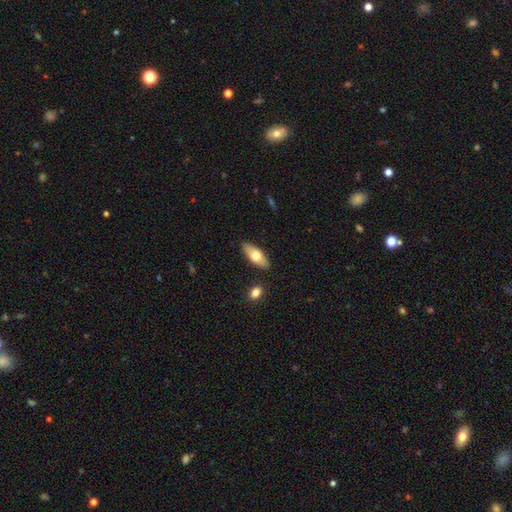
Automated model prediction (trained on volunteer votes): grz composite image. It shows a smooth galaxy with no disk features (65%) that is in between round and cigar-shaped (75%). Merging: none (88%).